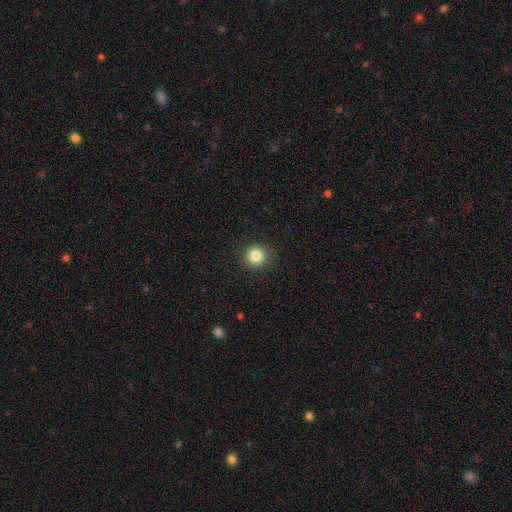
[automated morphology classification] Smooth or featured: smooth — 84% (star or artifact — 11%)
How rounded: round — 93% (in between — 6%)
Merging: none — 90% (minor disturbance — 6%)